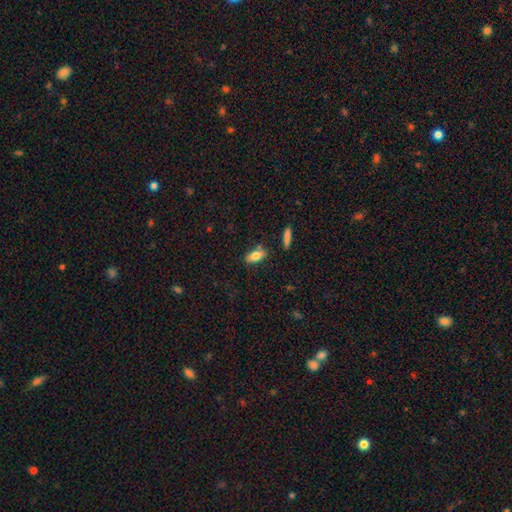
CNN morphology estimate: smooth 78%, featured or disk 14%, star or artifact 7%. Down the decision tree: how rounded — in between (81%); merging — none (80%).